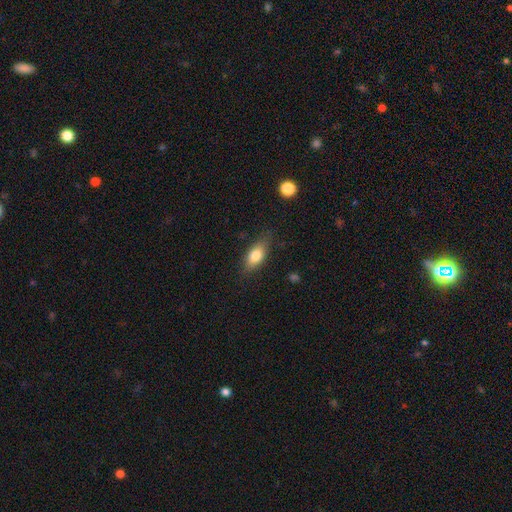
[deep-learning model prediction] smooth_or_featured: smooth (p=0.76) [alt: featured or disk p=0.16]
how_rounded: in between (p=0.81) [alt: cigar-shaped p=0.13]
merging: none (p=0.77) [alt: minor disturbance p=0.18]